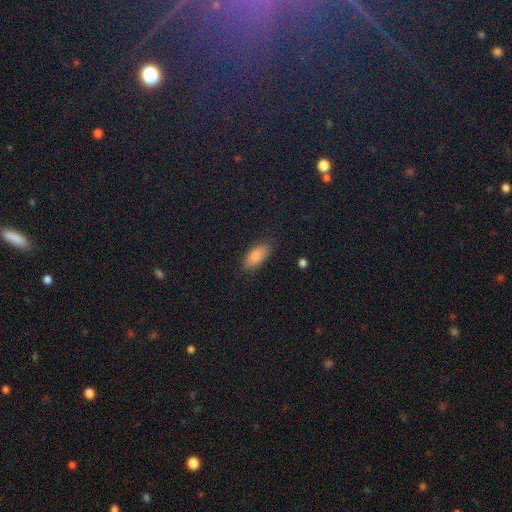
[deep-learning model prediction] Overall: smooth (81%). How rounded: in between (85%). Merging: none (85%).